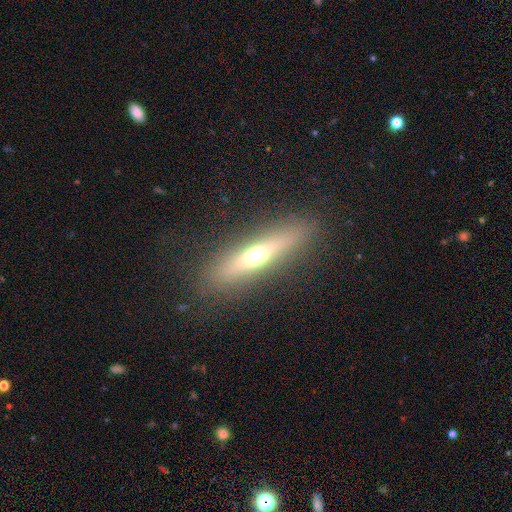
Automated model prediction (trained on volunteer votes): Overall: featured or disk (48%; smooth 44%). Merging: none (88%).